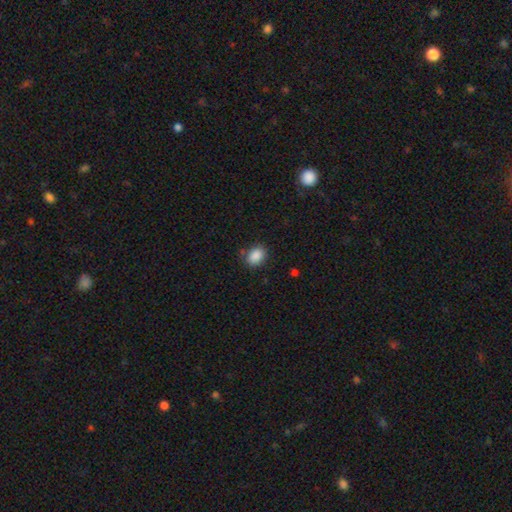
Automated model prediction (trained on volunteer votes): Smooth or featured? Predicted: smooth (p=0.88). How rounded? Predicted: in between (p=0.70). Merging? Predicted: none (p=0.81).